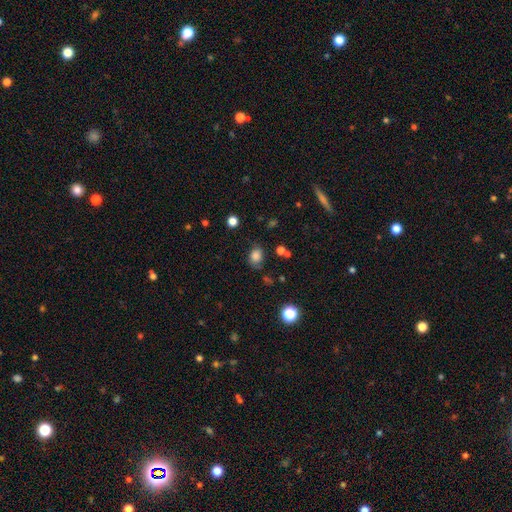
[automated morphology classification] This is likely a smooth galaxy (79%). How rounded: possibly in between (56%). Merging: likely none (69%).